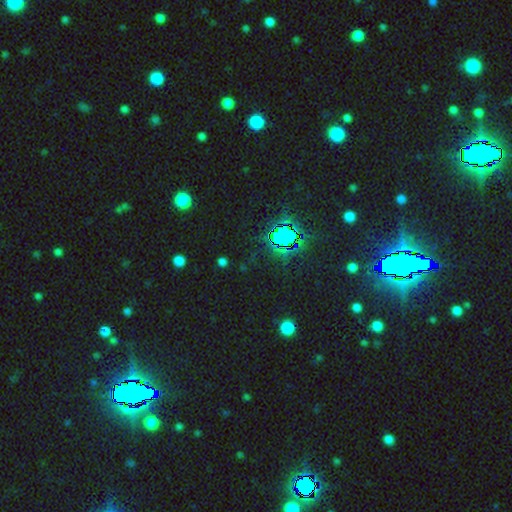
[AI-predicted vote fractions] Smooth or featured: star or artifact — 79% (smooth — 14%)